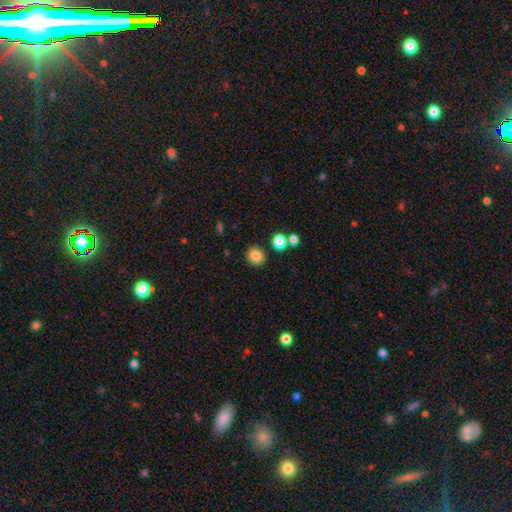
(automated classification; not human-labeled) Smooth or featured?
  - smooth: 84% *
  - star or artifact: 11%
  - featured or disk: 5%
How rounded?
  - round: 83% *
  - in between: 17%
  - cigar-shaped: 1%
Merging?
  - none: 86% *
  - minor disturbance: 7%
  - merger: 4%
  - major disturbance: 2%